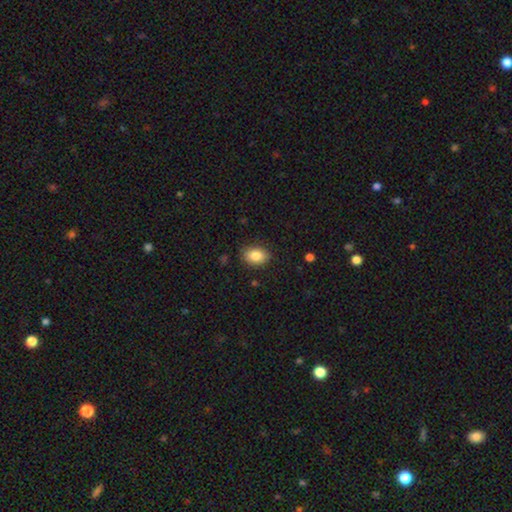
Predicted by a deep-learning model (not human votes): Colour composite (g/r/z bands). It shows a smooth galaxy with no disk features (85%) that is in between round and cigar-shaped (80%). Merging: none (85%).